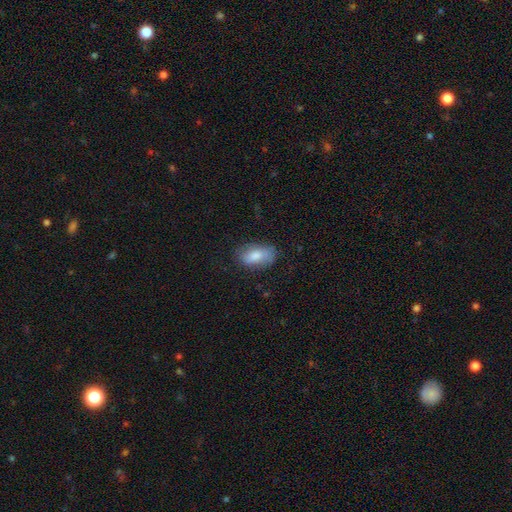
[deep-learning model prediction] A smooth galaxy with no disk features (79%) that is in between round and cigar-shaped (92%). Merging: none (71%).